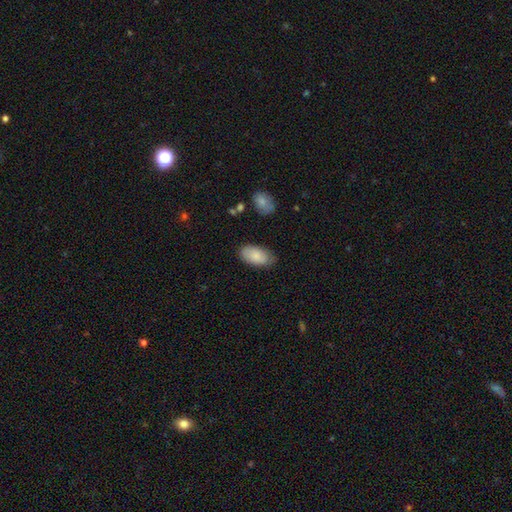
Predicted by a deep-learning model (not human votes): Smooth or featured? smooth (84%)
How rounded? in between (95%)
Merging? none (77%)